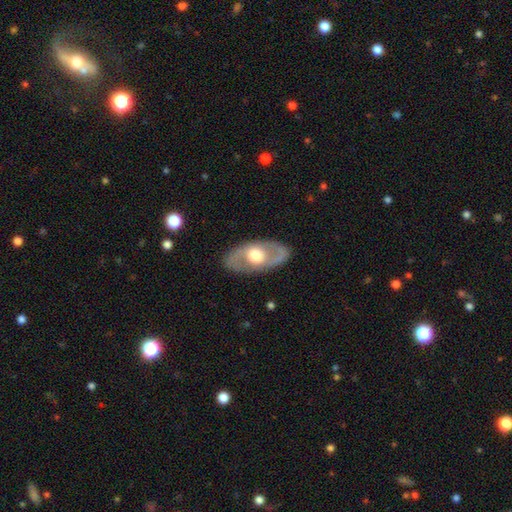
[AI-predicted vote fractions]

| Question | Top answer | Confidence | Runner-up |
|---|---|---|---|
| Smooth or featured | featured or disk | 69% | smooth (26%) |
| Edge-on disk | no | 88% | yes (12%) |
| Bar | no | 75% | weak (19%) |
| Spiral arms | no | 51% | yes (49%) |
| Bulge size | moderate | 59% | large (33%) |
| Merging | none | 86% | minor disturbance (10%) |